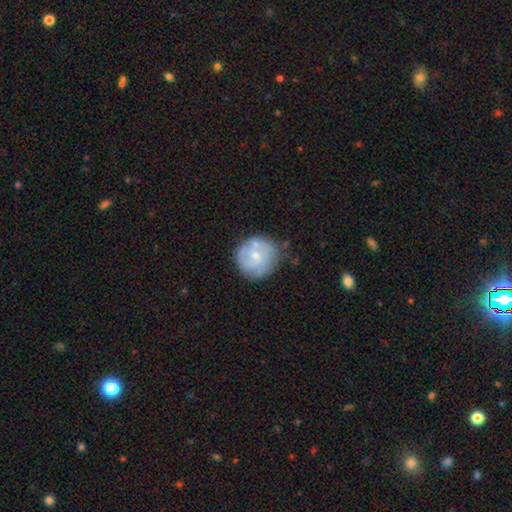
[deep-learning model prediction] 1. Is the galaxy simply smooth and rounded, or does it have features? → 65% featured or disk, 29% smooth, 6% star or artifact.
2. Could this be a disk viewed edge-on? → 98% no, 2% yes.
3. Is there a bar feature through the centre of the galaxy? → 65% no, 31% weak, 4% strong.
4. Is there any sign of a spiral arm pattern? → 85% yes, 15% no.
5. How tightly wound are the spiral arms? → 56% tight, 34% medium, 11% loose.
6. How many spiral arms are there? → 32% can't tell (tied), 32% 2 (tied), 23% 3, 5% 4, 5% 1, 4% more than 4.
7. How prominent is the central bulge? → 61% small, 34% moderate, 3% none, 1% large, 1% dominant.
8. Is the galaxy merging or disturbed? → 70% none, 19% minor disturbance, 6% major disturbance, 4% merger.